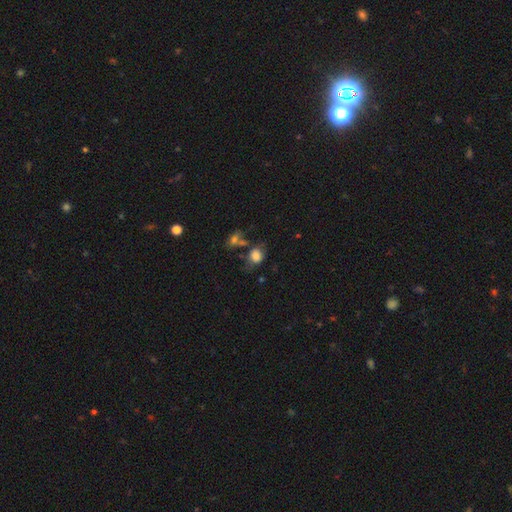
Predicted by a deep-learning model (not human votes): Smooth or featured? Predicted: smooth (p=0.78). How rounded? Predicted: round (p=0.52). Merging? Predicted: none (p=0.48).